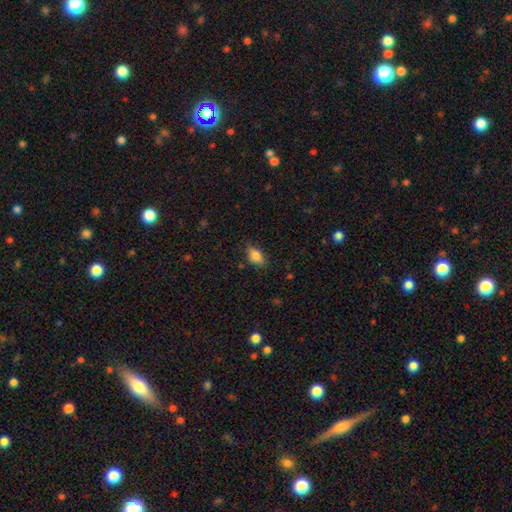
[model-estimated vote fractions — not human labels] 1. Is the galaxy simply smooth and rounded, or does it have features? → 84% smooth, 8% star or artifact, 8% featured or disk.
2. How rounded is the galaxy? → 87% in between, 9% round, 4% cigar-shaped.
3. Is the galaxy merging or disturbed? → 71% none, 23% minor disturbance, 5% major disturbance, 1% merger.